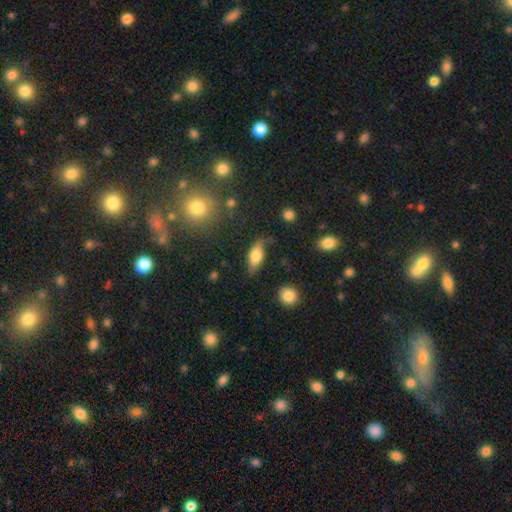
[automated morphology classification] Q: Smooth or featured?
A: smooth (66%); runner-up: featured or disk (26%)
Q: How rounded?
A: in between (83%); runner-up: cigar-shaped (12%)
Q: Merging?
A: none (54%); runner-up: minor disturbance (29%)